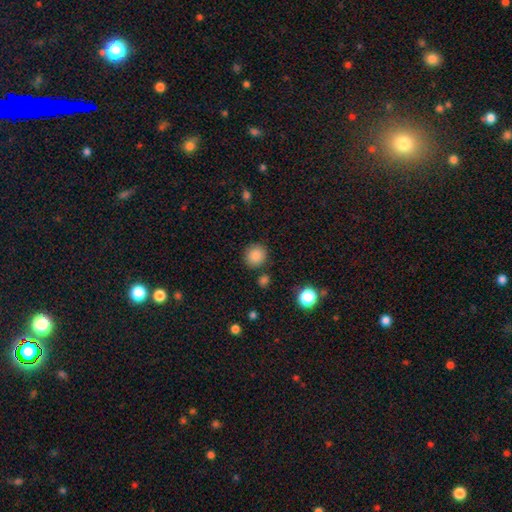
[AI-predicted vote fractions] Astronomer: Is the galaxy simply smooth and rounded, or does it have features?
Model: smooth — 86%.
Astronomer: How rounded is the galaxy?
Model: round — 89%.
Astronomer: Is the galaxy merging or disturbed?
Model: none — 85%.